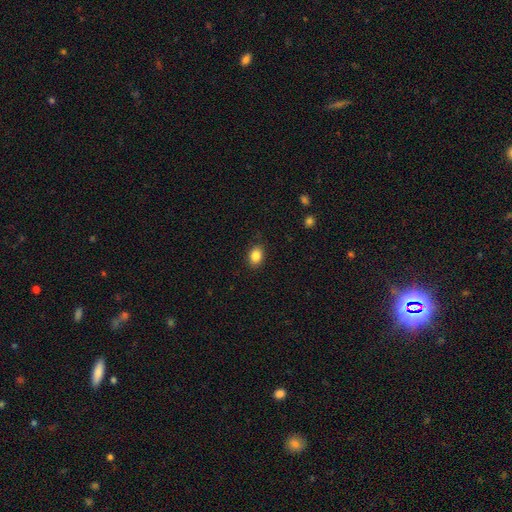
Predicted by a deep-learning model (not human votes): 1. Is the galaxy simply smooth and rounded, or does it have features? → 86% smooth, 9% star or artifact, 5% featured or disk.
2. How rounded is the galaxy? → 70% in between, 29% round, 1% cigar-shaped.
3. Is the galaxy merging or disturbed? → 86% none, 10% minor disturbance, 2% major disturbance, 1% merger.